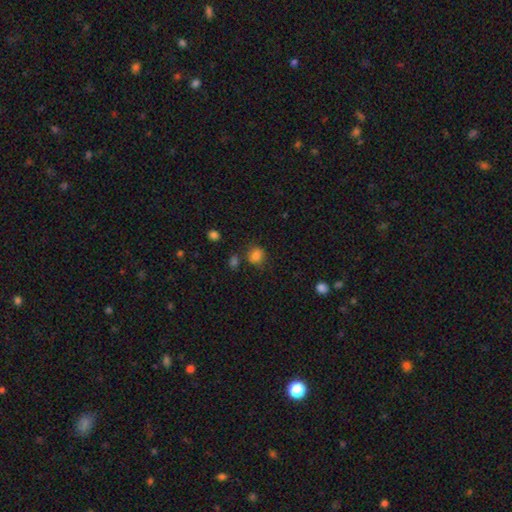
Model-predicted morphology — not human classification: The model was most divided on "how rounded": round: 74%, in between: 25%, cigar-shaped: 1%. More confident: smooth or featured — smooth (81%); merging — none (73%).